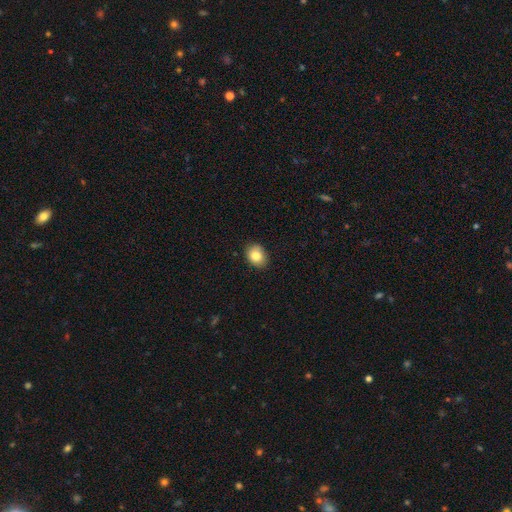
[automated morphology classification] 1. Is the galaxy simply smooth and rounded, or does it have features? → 83% smooth, 9% star or artifact, 8% featured or disk.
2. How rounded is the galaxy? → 58% in between, 41% round, 1% cigar-shaped.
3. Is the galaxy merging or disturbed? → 86% none, 11% minor disturbance, 2% major disturbance, 1% merger.